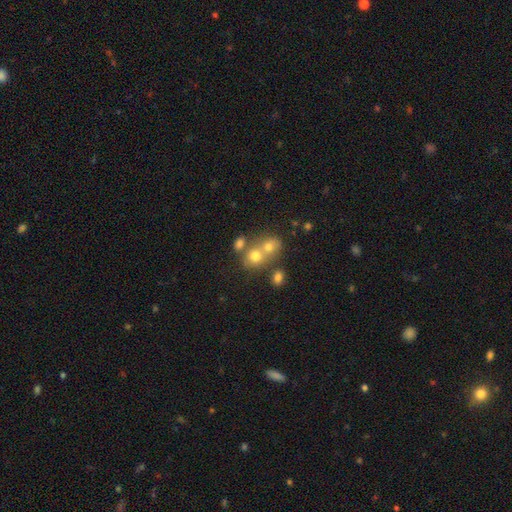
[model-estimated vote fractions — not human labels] Smooth or featured?
  - smooth: 68% *
  - featured or disk: 16%
  - star or artifact: 15%
How rounded?
  - round: 66% *
  - in between: 33%
  - cigar-shaped: 1%
Merging?
  - merger: 51% *
  - none: 36%
  - minor disturbance: 9%
  - major disturbance: 4%